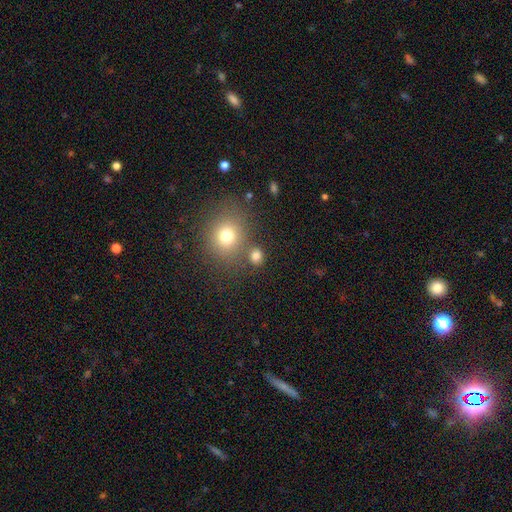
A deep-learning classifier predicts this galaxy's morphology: smooth_or_featured: smooth (p=0.78) [alt: star or artifact p=0.15]
how_rounded: round (p=0.72) [alt: in between p=0.26]
merging: none (p=0.71) [alt: merger p=0.15]